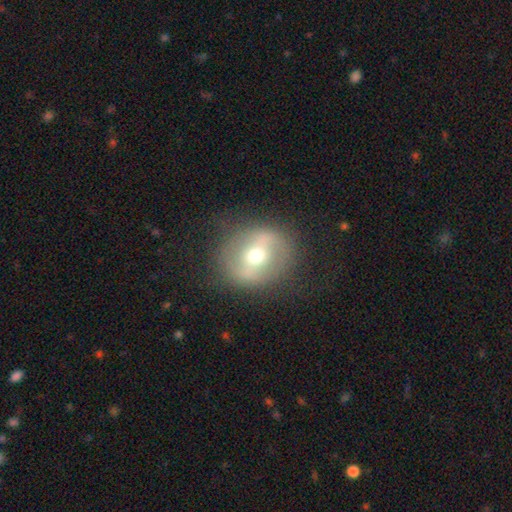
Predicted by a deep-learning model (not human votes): smooth-or-featured: featured or disk: 63% | smooth: 28% | star or artifact: 9%
  disk-edge-on: no: 91% | yes: 9%
    bar: strong: 49% | weak: 33% | no: 18%
    has-spiral-arms: no: 63% | yes: 37%
    bulge-size: moderate: 67% | small: 26% | large: 6% | dominant: 1% | none: 1%
  merging: none: 80% | minor disturbance: 12% | major disturbance: 6% | merger: 1%